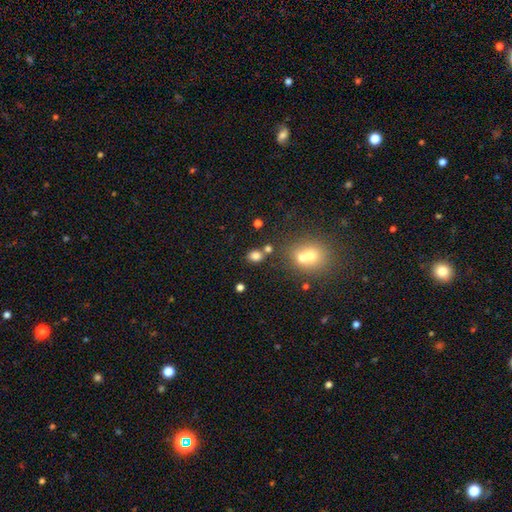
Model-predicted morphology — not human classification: Smooth or featured? smooth (78%)
How rounded? in between (53%)
Merging? none (67%)